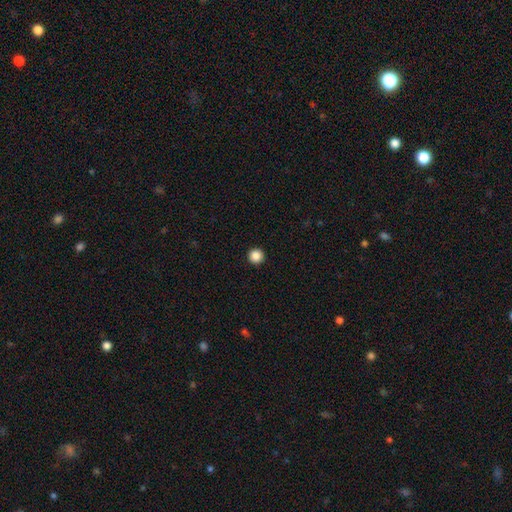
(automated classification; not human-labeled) The model was most divided on "smooth or featured": smooth: 87%, star or artifact: 10%, featured or disk: 3%. More confident: how rounded — round (97%); merging — none (94%).